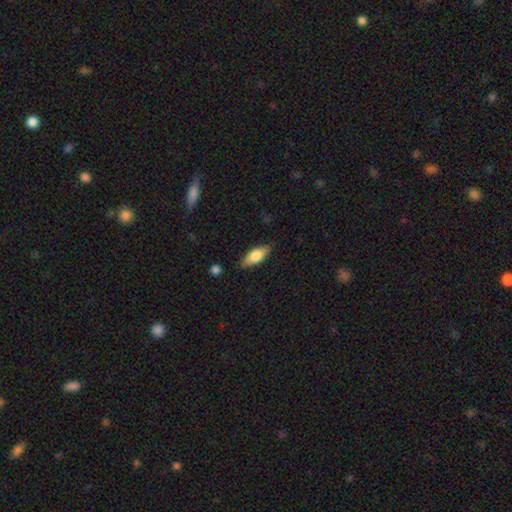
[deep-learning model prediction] smooth 68%, featured or disk 26%, star or artifact 6%. Down the decision tree: how rounded — in between (73%); merging — none (83%).